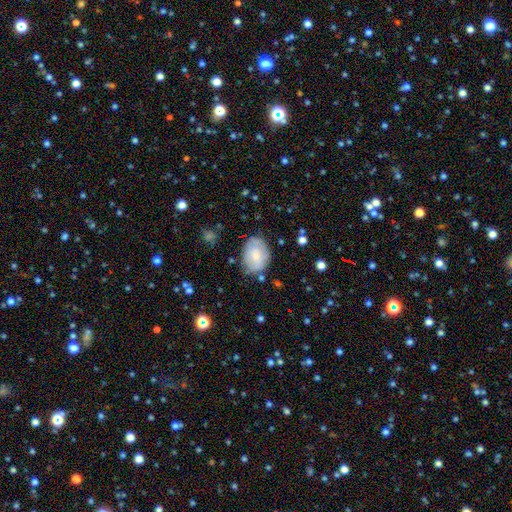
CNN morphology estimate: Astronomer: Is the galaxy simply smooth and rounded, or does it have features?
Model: smooth — 61%.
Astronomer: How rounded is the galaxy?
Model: in between — 75%.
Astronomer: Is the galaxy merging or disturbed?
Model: none — 70%.